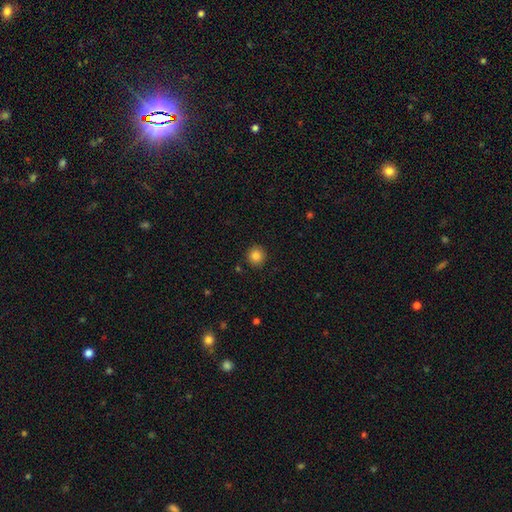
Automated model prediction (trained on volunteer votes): smooth-or-featured: smooth: 85% | star or artifact: 10% | featured or disk: 4%
  how-rounded: round: 93% | in between: 6% | cigar-shaped: 1%
  merging: none: 91% | minor disturbance: 6% | major disturbance: 2% | merger: 1%